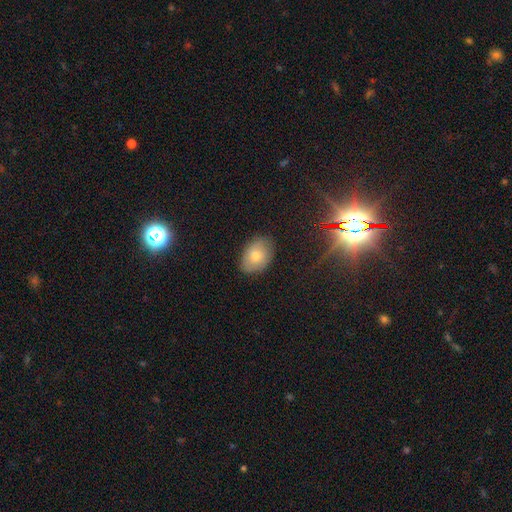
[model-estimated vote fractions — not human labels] Smooth or featured? Predicted: smooth (p=0.66). How rounded? Predicted: in between (p=0.80). Merging? Predicted: none (p=0.82).